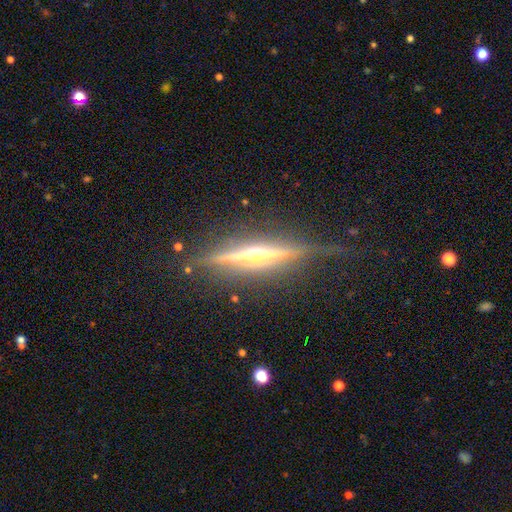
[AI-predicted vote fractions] Overall: featured or disk (85%). Edge-on disk: yes (97%). Edge-on bulge: rounded (89%). Merging: none (78%).